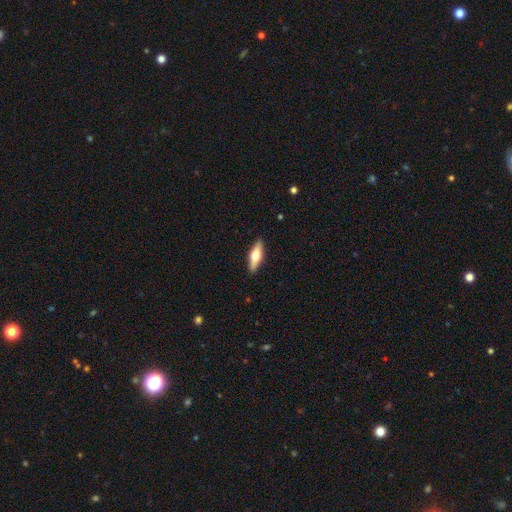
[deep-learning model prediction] This appears to be a smooth galaxy with no disk features (48%). Merging: none (90%).